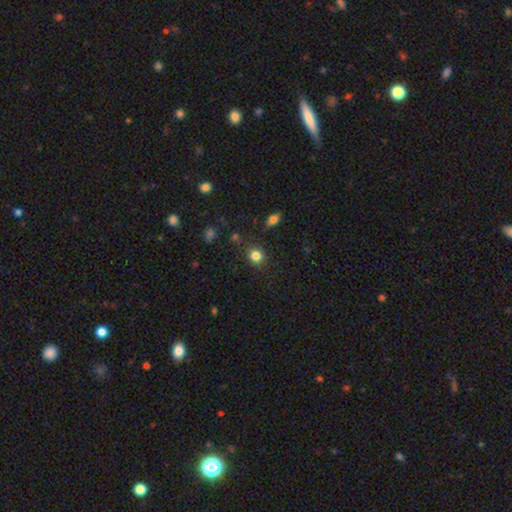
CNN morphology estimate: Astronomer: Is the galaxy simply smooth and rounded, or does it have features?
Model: smooth — 82%.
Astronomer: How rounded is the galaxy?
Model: round — 81%.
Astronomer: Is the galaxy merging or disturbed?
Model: none — 85%.